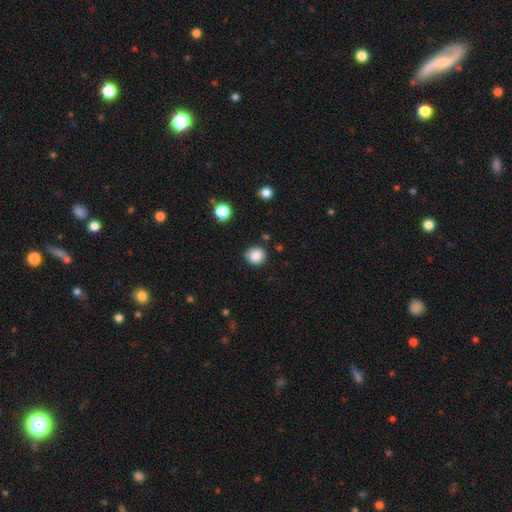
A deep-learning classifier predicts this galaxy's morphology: Overall: smooth (87%). How rounded: round (88%). Merging: none (85%).